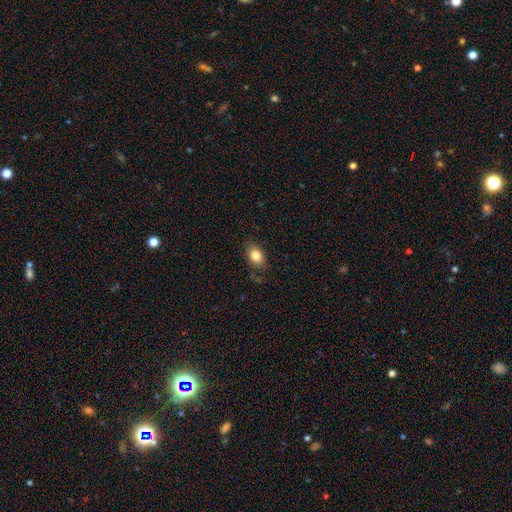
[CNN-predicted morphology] Smooth or featured? smooth (82%)
How rounded? in between (82%)
Merging? none (80%)